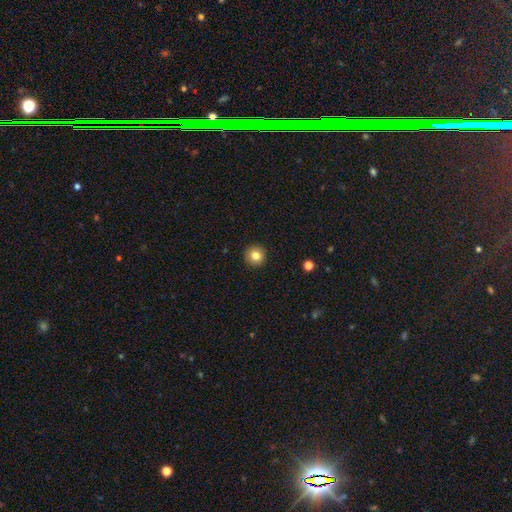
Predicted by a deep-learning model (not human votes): This appears to be a smooth galaxy with no disk features (82%) that is round (96%). Merging: none (93%).